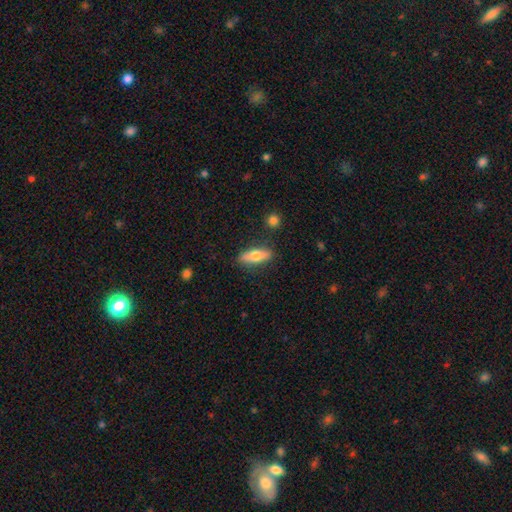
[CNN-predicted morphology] smooth_or_featured: smooth (p=0.64) [alt: featured or disk p=0.29]
how_rounded: in between (p=0.57) [alt: cigar-shaped p=0.40]
merging: none (p=0.84) [alt: minor disturbance p=0.10]